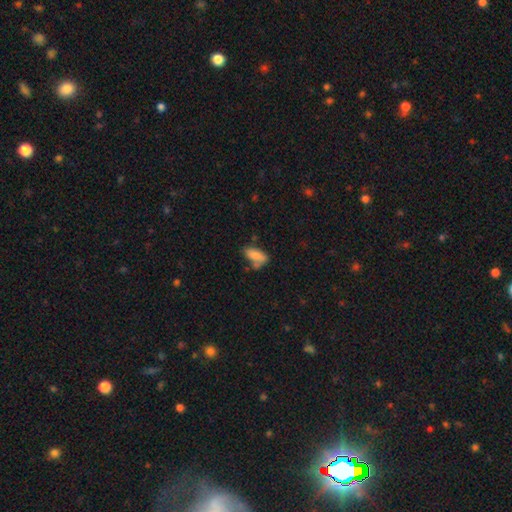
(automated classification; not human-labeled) Q: Smooth or featured?
A: smooth (76%); runner-up: featured or disk (15%)
Q: How rounded?
A: in between (81%); runner-up: cigar-shaped (16%)
Q: Merging?
A: none (43%); runner-up: minor disturbance (26%)